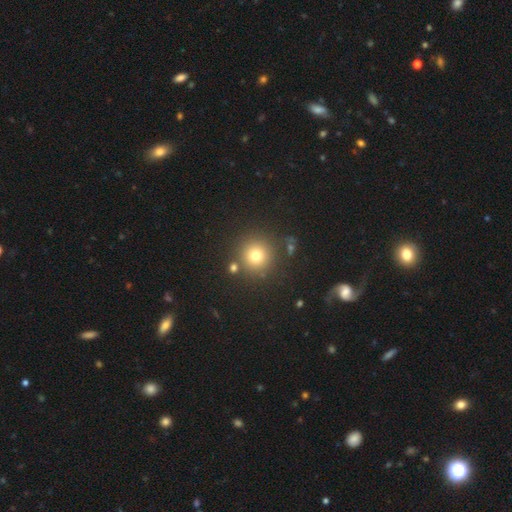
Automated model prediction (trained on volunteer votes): Q: Smooth or featured?
A: smooth (75%); runner-up: star or artifact (16%)
Q: How rounded?
A: round (95%); runner-up: in between (4%)
Q: Merging?
A: none (84%); runner-up: minor disturbance (7%)